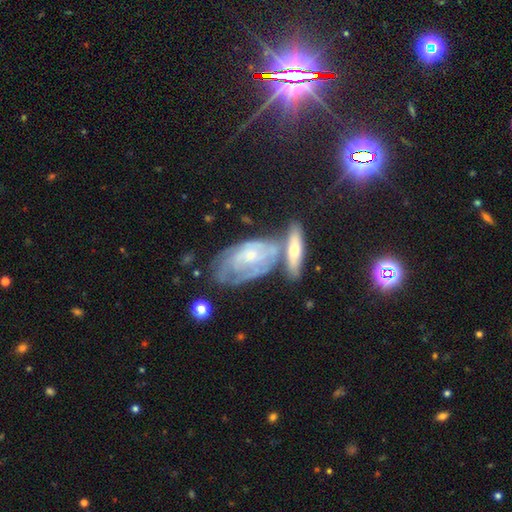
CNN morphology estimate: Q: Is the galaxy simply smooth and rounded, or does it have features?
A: featured or disk — 69%.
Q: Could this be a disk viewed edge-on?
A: no — 84%.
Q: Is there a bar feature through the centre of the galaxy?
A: no — 67%.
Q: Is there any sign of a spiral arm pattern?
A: yes — 81%.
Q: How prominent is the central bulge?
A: small — 65%.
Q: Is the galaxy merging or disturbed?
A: none — 50%.